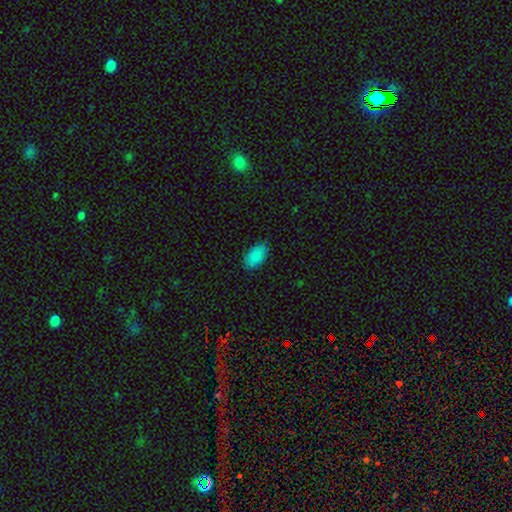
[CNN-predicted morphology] smooth-or-featured: smooth: 89% | star or artifact: 8% | featured or disk: 4%
  how-rounded: in between: 94% | round: 3% | cigar-shaped: 2%
  merging: none: 82% | minor disturbance: 15% | major disturbance: 2% | merger: 1%